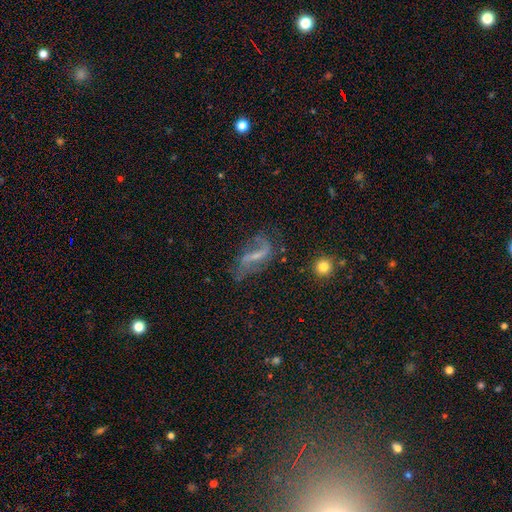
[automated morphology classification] A featured or disk galaxy (75%) with a weak bar (41%), 2 (79%) loose (77%) spiral arms (85%) and a small central bulge (47%).

Vote fractions:
- Smooth or featured? featured or disk: 75% / smooth: 14% / star or artifact: 11%
- Edge-on disk? no: 92% / yes: 8%
- Bar? weak: 41% / strong: 36% / no: 23%
- Spiral arms? yes: 85% / no: 15%
- Spiral winding? loose: 77% / medium: 17% / tight: 6%
- Spiral arm count? 2: 79% / 1: 11% / can't tell: 6% / 3: 1% / 4: 1% / more than 4: 1%
- Bulge size? small: 47% / none: 33% / moderate: 16% / large: 2% / dominant: 1%
- Merging? none: 50% / major disturbance: 24% / minor disturbance: 22% / merger: 4%